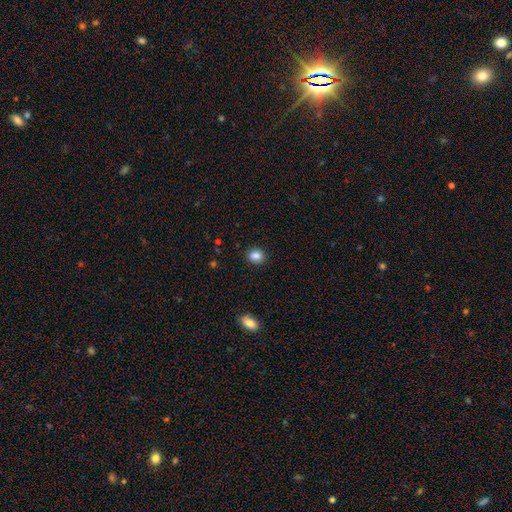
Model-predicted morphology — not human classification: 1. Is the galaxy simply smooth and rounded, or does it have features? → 85% smooth, 10% star or artifact, 5% featured or disk.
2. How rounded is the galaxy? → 68% round, 31% in between, 1% cigar-shaped.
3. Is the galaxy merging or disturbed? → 89% none, 7% minor disturbance, 2% major disturbance, 1% merger.